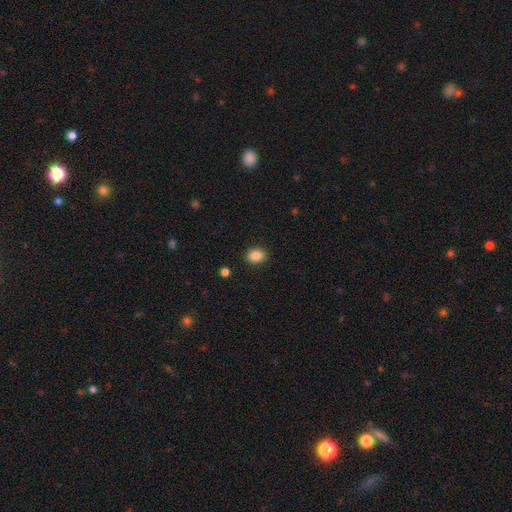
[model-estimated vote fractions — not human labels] smooth-or-featured: smooth: 87% | star or artifact: 10% | featured or disk: 4%
  how-rounded: round: 51% | in between: 49% | cigar-shaped: 1%
  merging: none: 89% | minor disturbance: 7% | major disturbance: 2% | merger: 1%